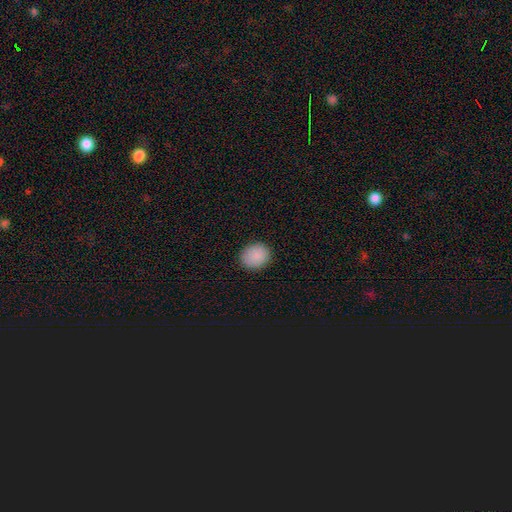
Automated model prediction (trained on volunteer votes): smooth_or_featured: smooth (p=0.89) [alt: star or artifact p=0.08]
how_rounded: round (p=0.74) [alt: in between p=0.25]
merging: none (p=0.90) [alt: minor disturbance p=0.07]